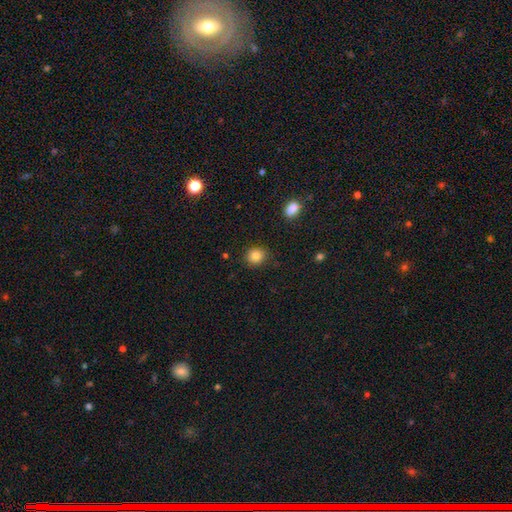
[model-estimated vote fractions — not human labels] This is clearly a smooth galaxy (84%). How rounded: clearly round (82%). Merging: clearly none (86%).